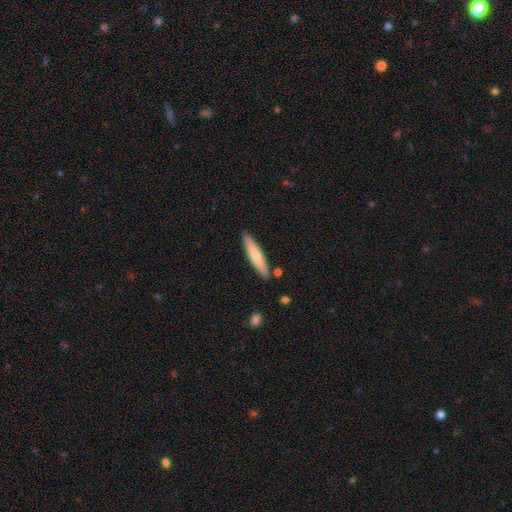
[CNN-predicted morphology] smooth_or_featured: smooth (p=0.65) [alt: featured or disk p=0.29]
how_rounded: cigar-shaped (p=0.86) [alt: in between p=0.12]
merging: none (p=0.87) [alt: minor disturbance p=0.09]